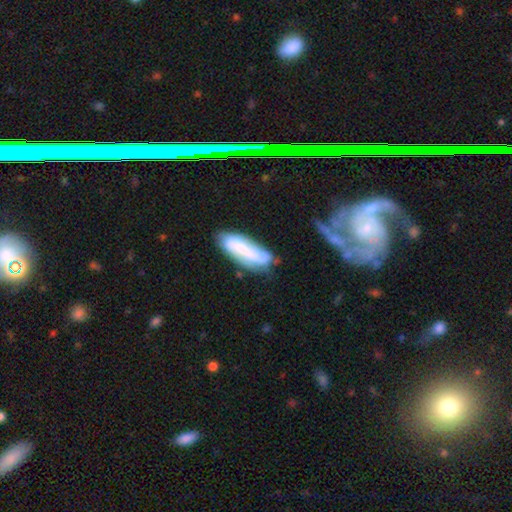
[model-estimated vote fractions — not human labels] smooth_or_featured: smooth (p=0.54) [alt: featured or disk p=0.39]
how_rounded: in between (p=0.58) [alt: cigar-shaped p=0.40]
merging: none (p=0.52) [alt: minor disturbance p=0.28]